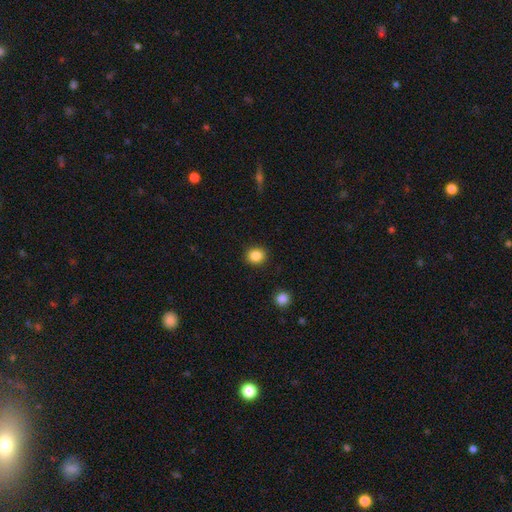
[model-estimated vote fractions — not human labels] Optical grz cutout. It shows a smooth galaxy with no disk features (86%) that is round (80%). Merging: none (91%).